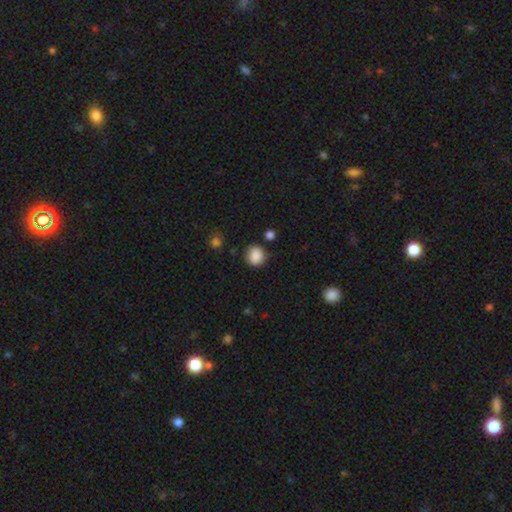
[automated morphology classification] smooth-or-featured: smooth: 87% | star or artifact: 9% | featured or disk: 4%
  how-rounded: round: 81% | in between: 18% | cigar-shaped: 1%
  merging: none: 81% | minor disturbance: 13% | major disturbance: 3% | merger: 3%